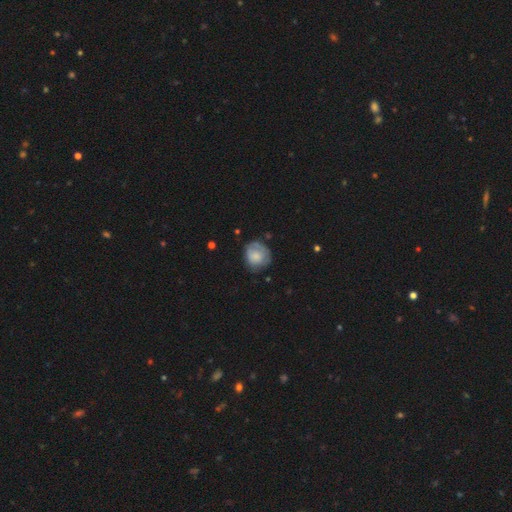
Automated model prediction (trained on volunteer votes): Smooth or featured: smooth — 68% (featured or disk — 25%)
How rounded: round — 80% (in between — 20%)
Merging: none — 61% (minor disturbance — 27%)